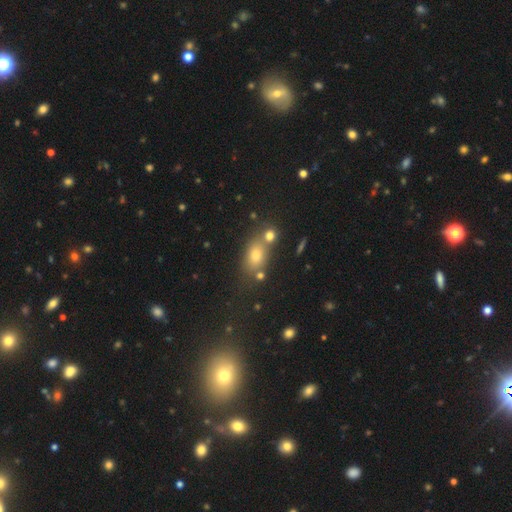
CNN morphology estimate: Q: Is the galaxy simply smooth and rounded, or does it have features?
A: smooth — 76%.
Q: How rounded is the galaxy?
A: in between — 78%.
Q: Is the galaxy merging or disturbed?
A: none — 56%.